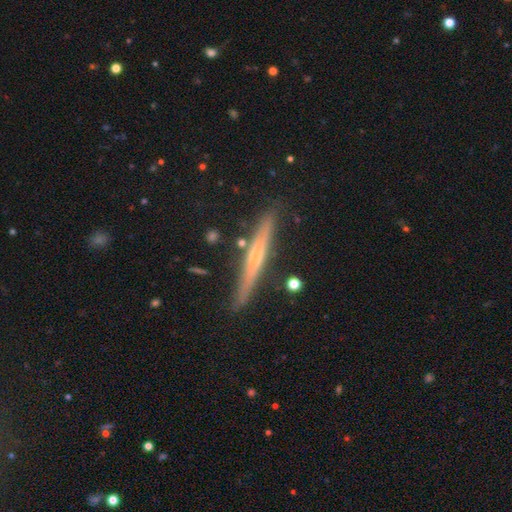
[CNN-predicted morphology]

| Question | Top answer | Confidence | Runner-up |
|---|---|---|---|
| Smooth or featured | featured or disk | 64% | smooth (28%) |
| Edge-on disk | yes | 96% | no (4%) |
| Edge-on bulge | rounded | 50% | none (43%) |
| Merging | none | 84% | minor disturbance (11%) |